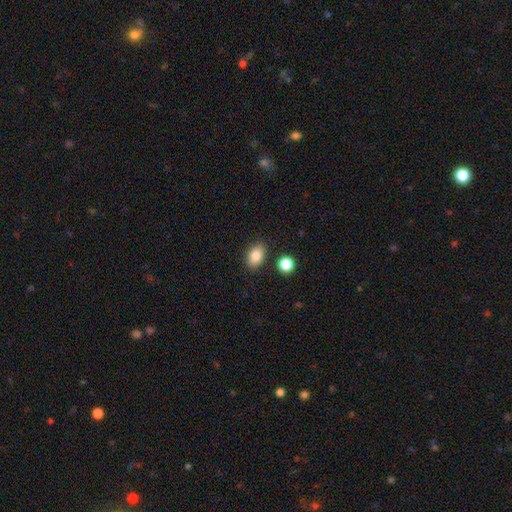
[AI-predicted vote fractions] This is clearly a smooth galaxy (84%). How rounded: clearly in between (84%). Merging: clearly none (83%).